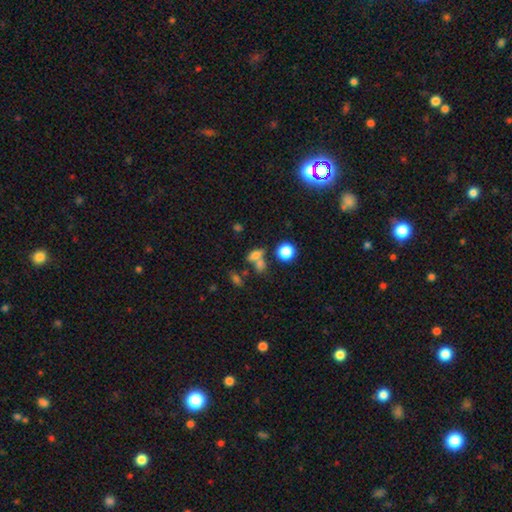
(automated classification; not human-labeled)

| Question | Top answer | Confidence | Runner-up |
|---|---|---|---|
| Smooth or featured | smooth | 63% | star or artifact (22%) |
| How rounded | in between | 61% | round (29%) |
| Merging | none | 46% | merger (35%) |